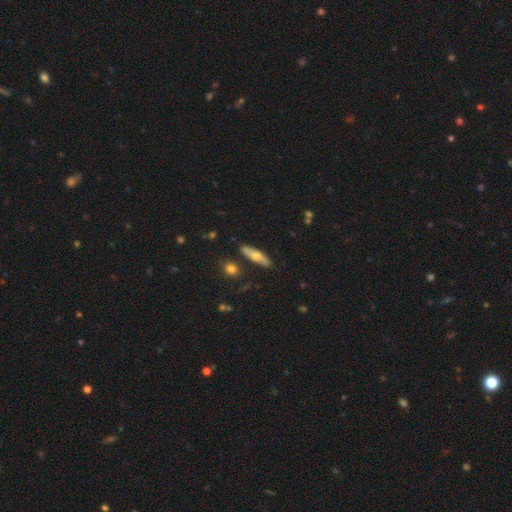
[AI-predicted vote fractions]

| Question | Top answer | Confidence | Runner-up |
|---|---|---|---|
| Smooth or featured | smooth | 62% | featured or disk (32%) |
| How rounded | cigar-shaped | 66% | in between (32%) |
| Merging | none | 85% | minor disturbance (10%) |